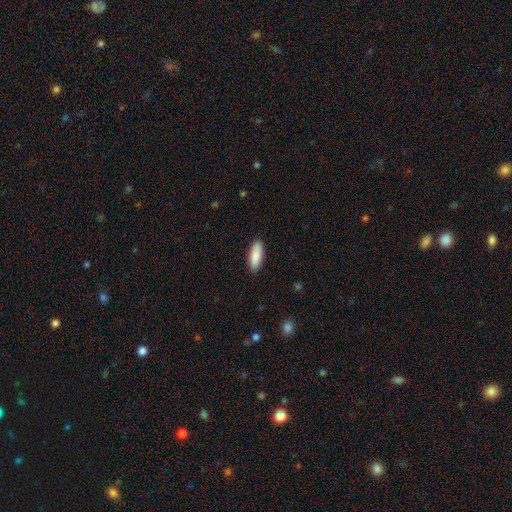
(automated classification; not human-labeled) smooth 89%, featured or disk 6%, star or artifact 5%. Down the decision tree: how rounded — in between (64%); merging — none (89%).